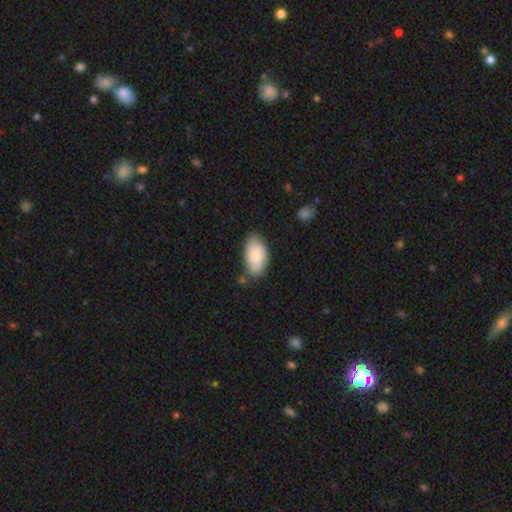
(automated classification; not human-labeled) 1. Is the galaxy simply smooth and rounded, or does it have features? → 80% smooth, 14% featured or disk, 6% star or artifact.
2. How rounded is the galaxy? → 95% in between, 4% round, 2% cigar-shaped.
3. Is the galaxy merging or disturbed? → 67% none, 24% minor disturbance, 5% major disturbance, 4% merger.